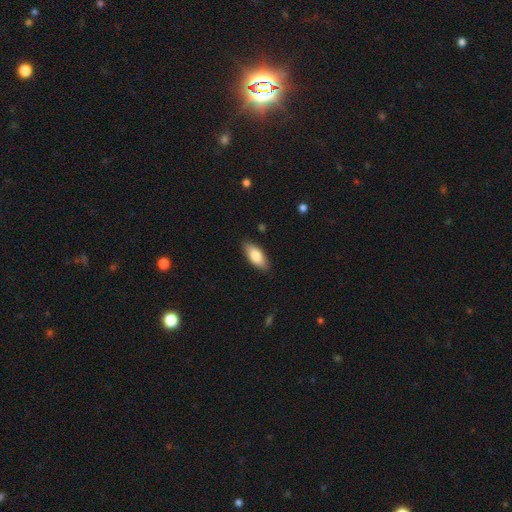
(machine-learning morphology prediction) A smooth galaxy with no disk features (80%) that is in between round and cigar-shaped (82%). Merging: none (87%).